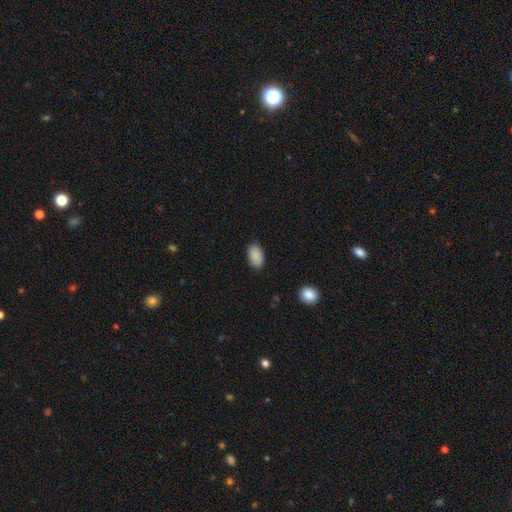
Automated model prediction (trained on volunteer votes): A smooth galaxy with no disk features (89%) that is in between round and cigar-shaped (94%).

Vote fractions:
- Smooth or featured? smooth: 89% / star or artifact: 7% / featured or disk: 4%
- How rounded? in between: 94% / round: 4% / cigar-shaped: 2%
- Merging? none: 86% / minor disturbance: 11% / major disturbance: 2% / merger: 1%